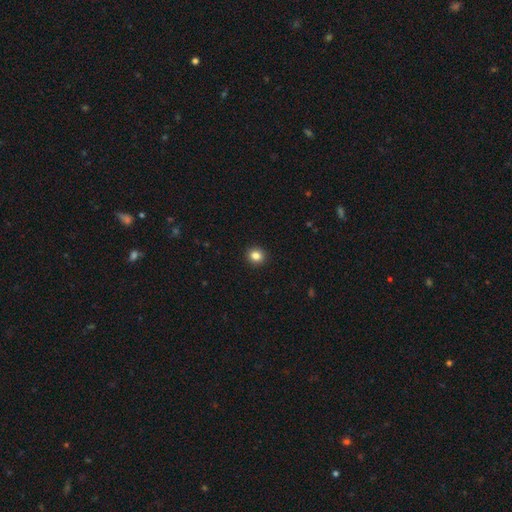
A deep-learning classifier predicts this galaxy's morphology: This is clearly a smooth galaxy (84%). How rounded: clearly round (90%). Merging: clearly none (93%).